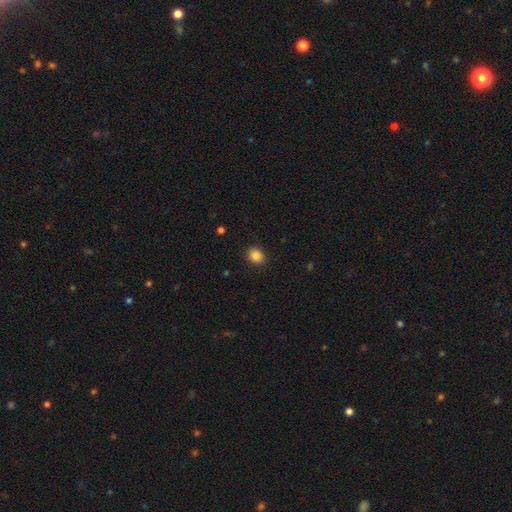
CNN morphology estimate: smooth 87%, star or artifact 10%, featured or disk 3%. Down the decision tree: how rounded — round (62%); merging — none (90%).